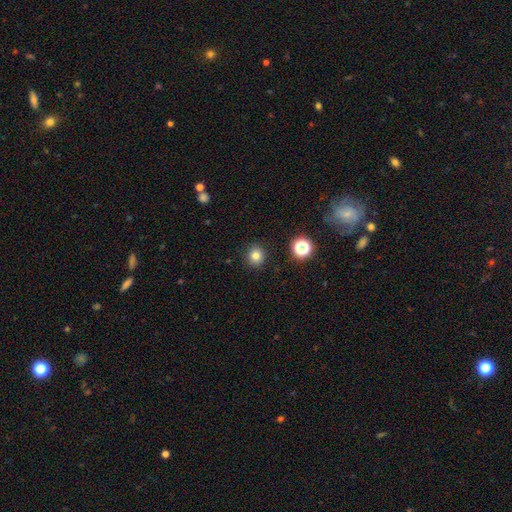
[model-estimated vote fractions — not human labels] Q: Smooth or featured?
A: smooth (81%); runner-up: star or artifact (13%)
Q: How rounded?
A: round (88%); runner-up: in between (11%)
Q: Merging?
A: none (91%); runner-up: minor disturbance (6%)